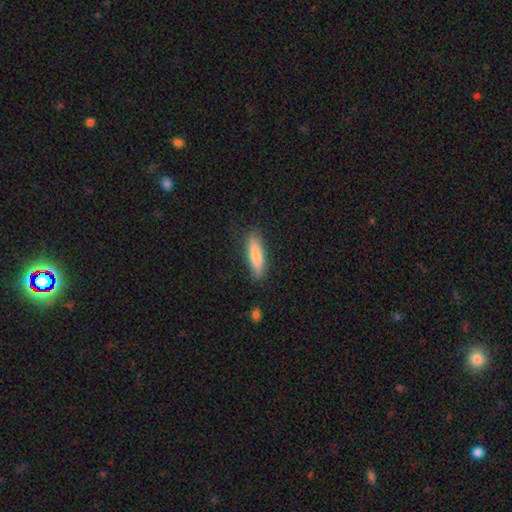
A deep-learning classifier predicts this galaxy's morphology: Smooth or featured? Predicted: smooth (p=0.81). How rounded? Predicted: cigar-shaped (p=0.69). Merging? Predicted: none (p=0.83).